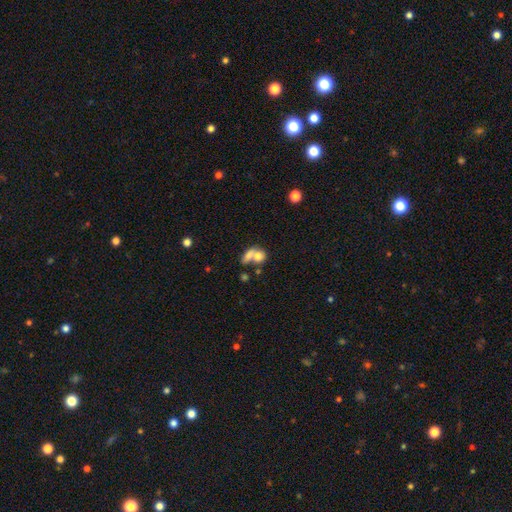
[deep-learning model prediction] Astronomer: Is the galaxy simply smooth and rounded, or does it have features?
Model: smooth — 71%.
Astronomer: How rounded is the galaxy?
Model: in between — 51% (runner-up: round, 46%).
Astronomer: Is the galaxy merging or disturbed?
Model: merger — 64%.